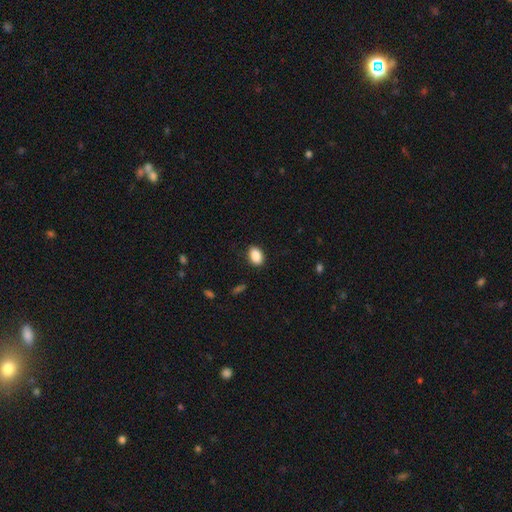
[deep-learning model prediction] Smooth or featured? Predicted: smooth (p=0.89). How rounded? Predicted: in between (p=0.86). Merging? Predicted: none (p=0.87).